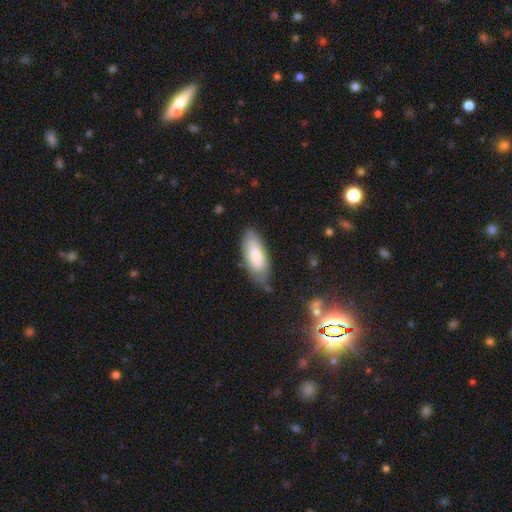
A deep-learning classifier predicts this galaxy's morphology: A smooth galaxy with no disk features (77%) that is in between round and cigar-shaped (78%).

Vote fractions:
- Smooth or featured? smooth: 77% / featured or disk: 17% / star or artifact: 6%
- How rounded? in between: 78% / cigar-shaped: 20% / round: 2%
- Merging? none: 65% / minor disturbance: 26% / major disturbance: 6% / merger: 2%